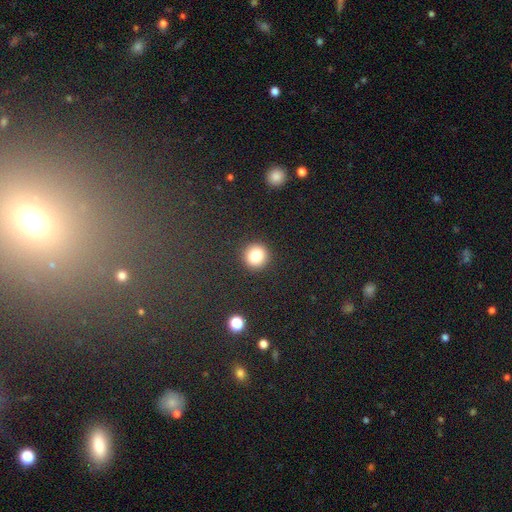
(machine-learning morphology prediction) smooth-or-featured: smooth: 83% | star or artifact: 11% | featured or disk: 6%
  how-rounded: round: 93% | in between: 6% | cigar-shaped: 1%
  merging: none: 92% | minor disturbance: 5% | major disturbance: 2% | merger: 1%